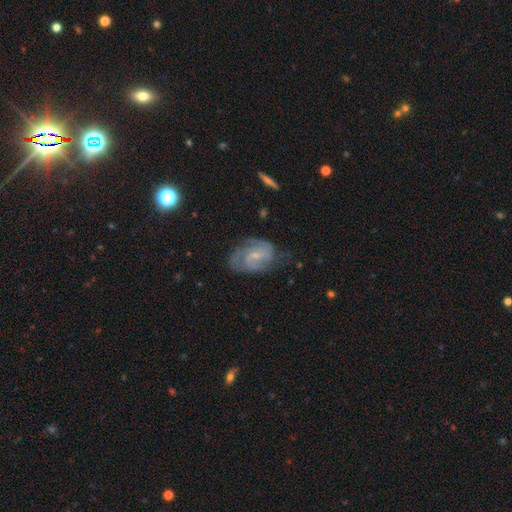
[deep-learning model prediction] smooth-or-featured: featured or disk: 77% | smooth: 16% | star or artifact: 7%
  disk-edge-on: no: 97% | yes: 3%
    bar: weak: 54% | no: 32% | strong: 14%
    has-spiral-arms: yes: 91% | no: 9%
      spiral-winding: medium: 46% | tight: 36% | loose: 18%
      spiral-arm-count: 2: 53% | can't tell: 24% | 3: 13% | 1: 4% | 4: 3% | more than 4: 3%
    bulge-size: small: 67% | moderate: 22% | none: 9% | large: 1% | dominant: 1%
  merging: none: 60% | minor disturbance: 25% | major disturbance: 13% | merger: 2%